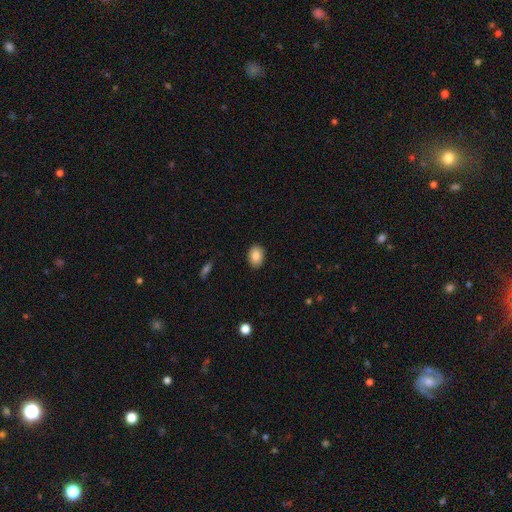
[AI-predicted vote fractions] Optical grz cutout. It shows a smooth galaxy with no disk features (85%) that is in between round and cigar-shaped (75%). Merging: none (88%).